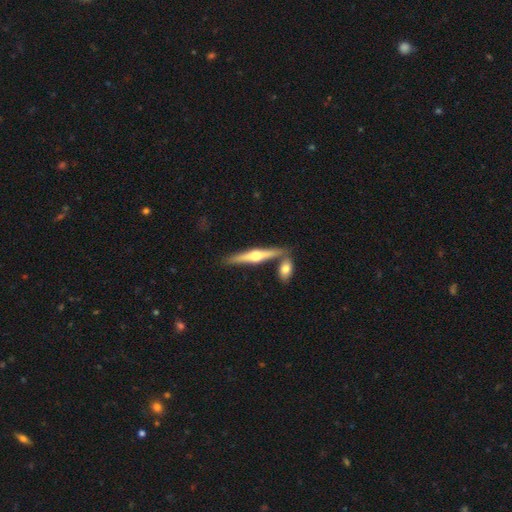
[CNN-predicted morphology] A featured or disk galaxy (67%) viewed edge-on (97%) with a rounded central bulge (94%). Merging: none (69%).